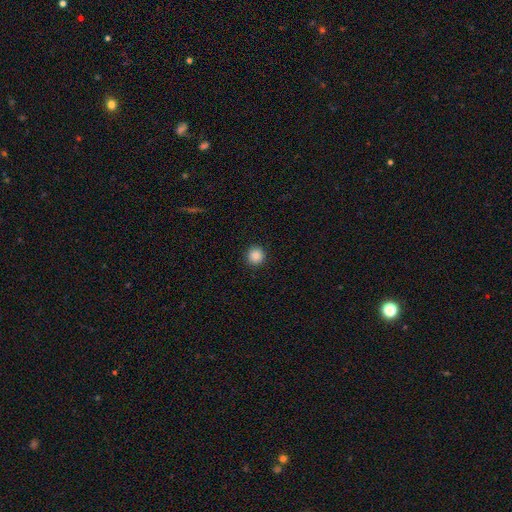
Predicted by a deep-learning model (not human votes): Smooth or featured: smooth — 87% (star or artifact — 10%)
How rounded: round — 94% (in between — 5%)
Merging: none — 93% (minor disturbance — 5%)